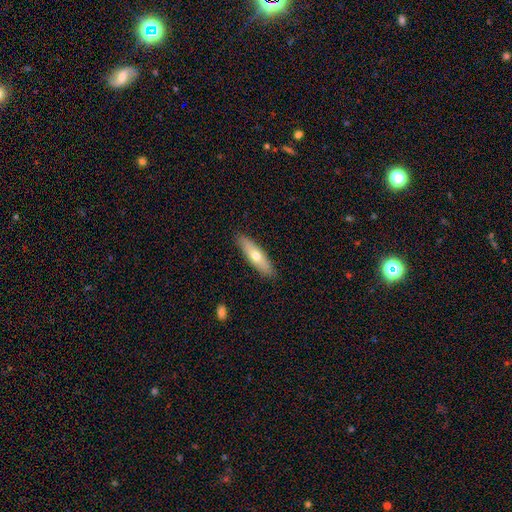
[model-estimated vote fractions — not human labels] Smooth or featured: smooth — 59% (featured or disk — 35%)
How rounded: cigar-shaped — 69% (in between — 29%)
Merging: none — 89% (minor disturbance — 8%)